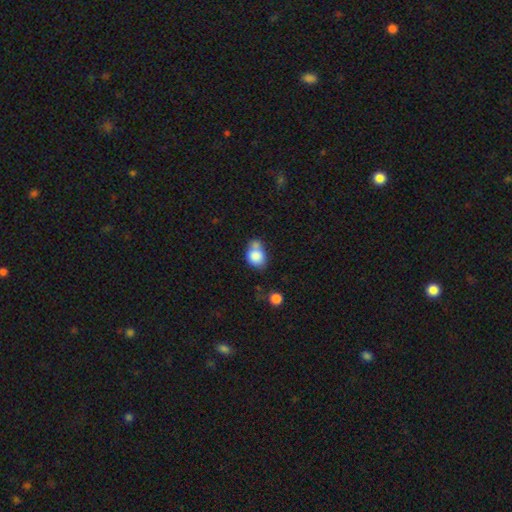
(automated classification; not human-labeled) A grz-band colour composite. It shows a smooth galaxy with no disk features (82%) that is in between round and cigar-shaped (52%). Merging: merger (38%).